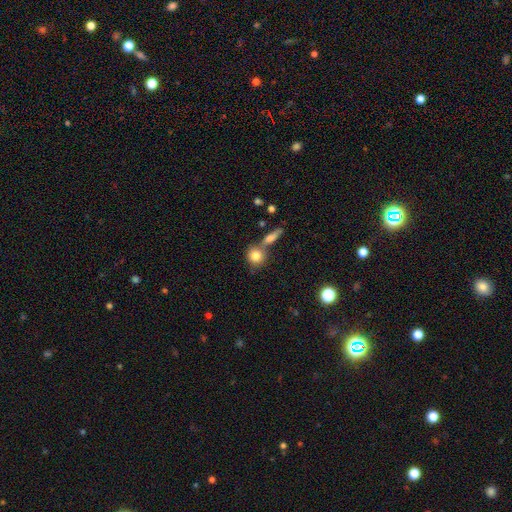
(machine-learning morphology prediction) smooth_or_featured: smooth (p=0.81) [alt: featured or disk p=0.11]
how_rounded: round (p=0.80) [alt: in between p=0.17]
merging: none (p=0.55) [alt: merger p=0.32]